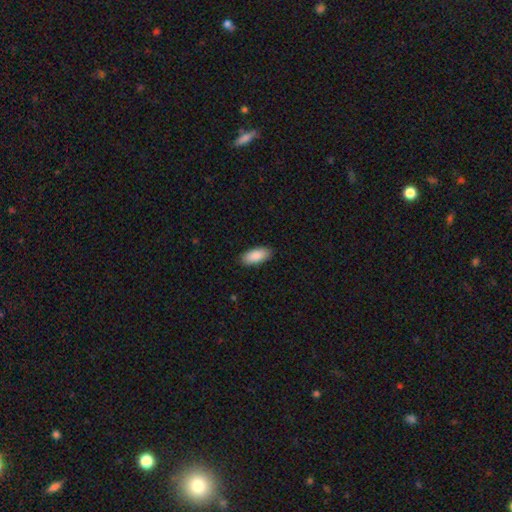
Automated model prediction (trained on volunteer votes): Morphology: type=smooth (90%); roundness=in between (90%); merging=none (89%).